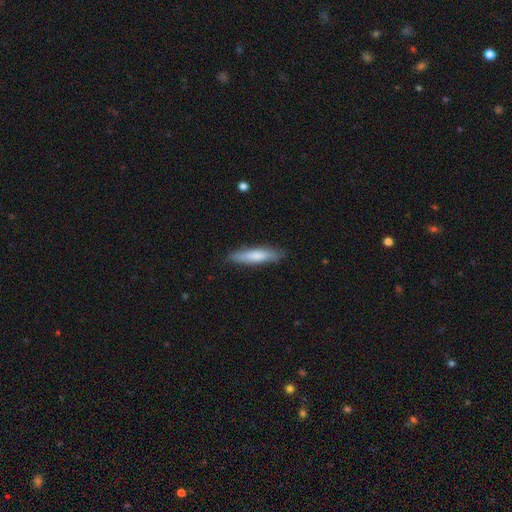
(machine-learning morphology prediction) A smooth galaxy with no disk features (74%) that is cigar-shaped (82%). Merging: none (85%).